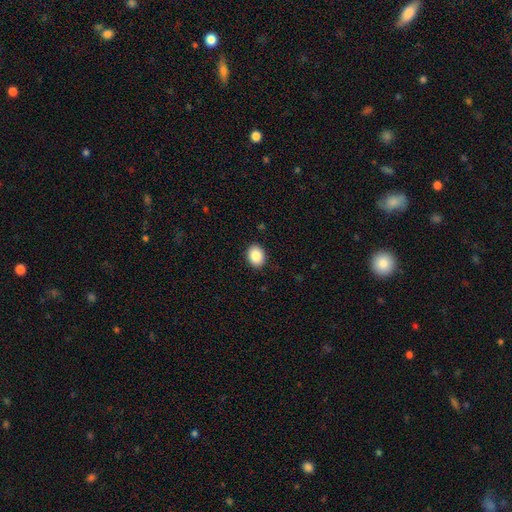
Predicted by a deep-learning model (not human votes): A smooth galaxy with no disk features (87%) that is in between round and cigar-shaped (64%). Merging: none (89%).